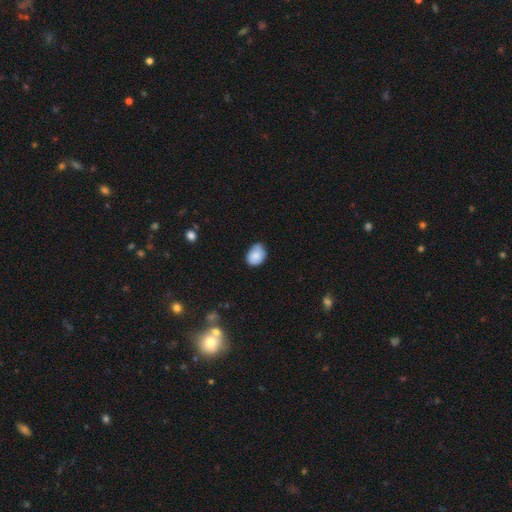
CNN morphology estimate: type=smooth (83%); roundness=in between (61%); merging=none (64%).